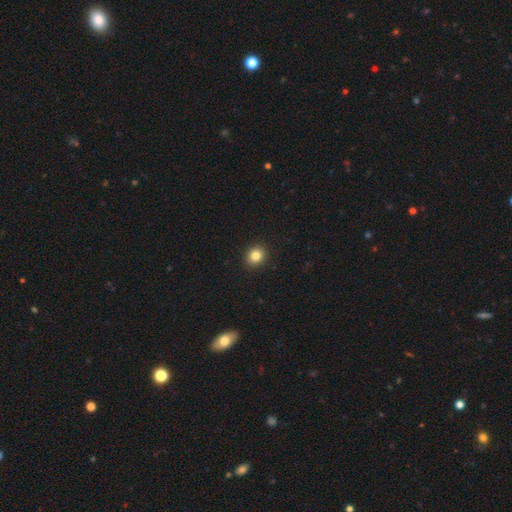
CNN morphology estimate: The model was most divided on "how rounded": round: 77%, in between: 22%, cigar-shaped: 1%. More confident: merging — none (92%); smooth or featured — smooth (83%).